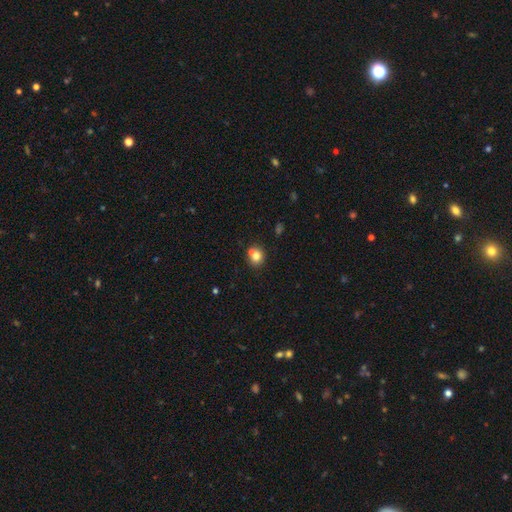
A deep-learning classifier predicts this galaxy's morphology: This appears to be a smooth galaxy with no disk features (76%) that is round (76%). Merging: none (51%).